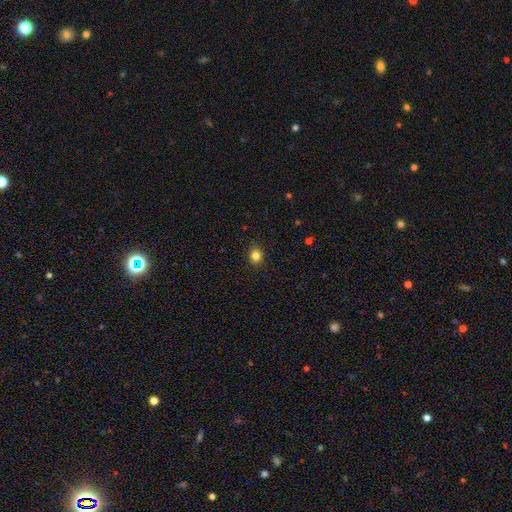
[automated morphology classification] Q: Smooth or featured?
A: smooth (83%); runner-up: star or artifact (12%)
Q: How rounded?
A: round (71%); runner-up: in between (28%)
Q: Merging?
A: none (89%); runner-up: minor disturbance (8%)